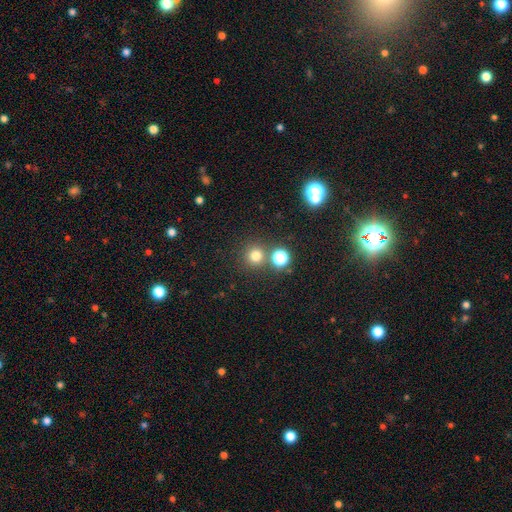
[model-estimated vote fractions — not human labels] smooth-or-featured: smooth: 74% | star or artifact: 20% | featured or disk: 6%
  how-rounded: round: 94% | in between: 5% | cigar-shaped: 1%
  merging: none: 78% | merger: 12% | minor disturbance: 7% | major disturbance: 3%